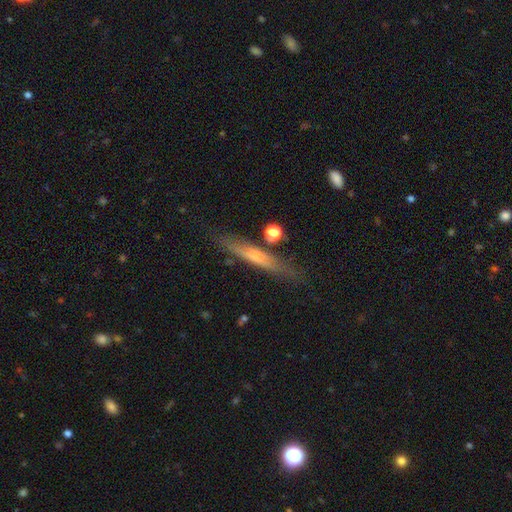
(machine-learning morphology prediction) Overall: featured or disk (49%; smooth 43%). Merging: none (78%).